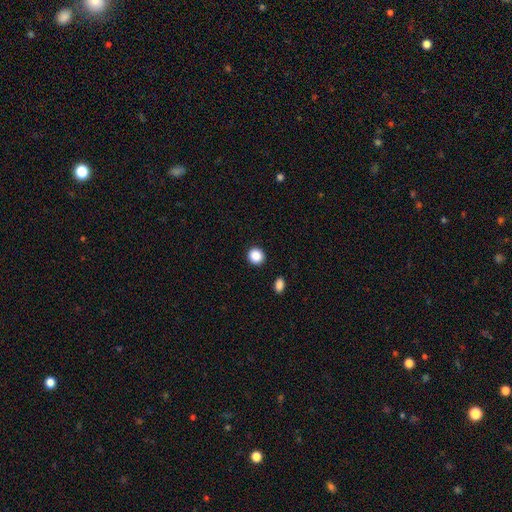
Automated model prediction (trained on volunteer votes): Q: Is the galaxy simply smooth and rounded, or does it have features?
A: smooth — 88%.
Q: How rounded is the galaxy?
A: round — 90%.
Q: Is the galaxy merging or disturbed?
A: none — 92%.